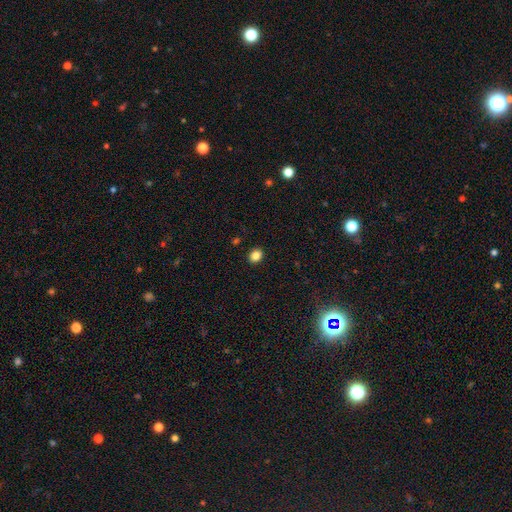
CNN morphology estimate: Overall: smooth (85%). How rounded: round (51%; in between 48%). Merging: none (90%).